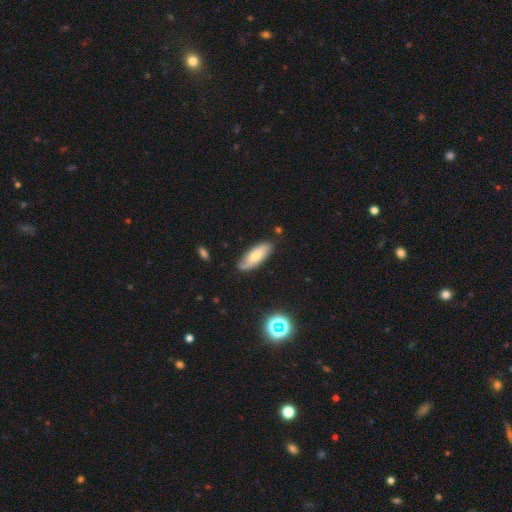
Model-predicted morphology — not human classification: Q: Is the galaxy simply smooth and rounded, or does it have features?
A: smooth — 52%.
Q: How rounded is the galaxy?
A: in between — 74%.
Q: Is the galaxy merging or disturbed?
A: none — 76%.